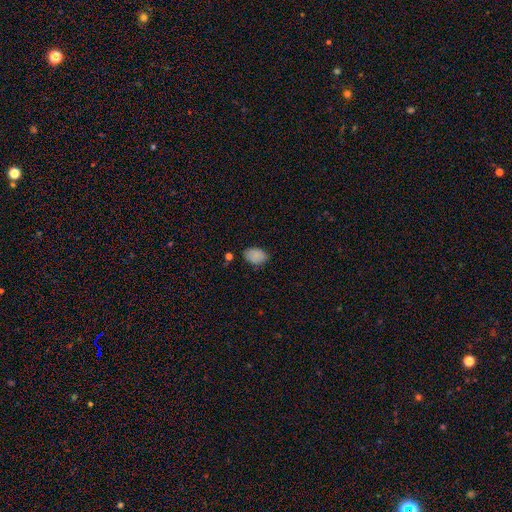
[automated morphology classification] The model was most divided on "merging": none: 77%, minor disturbance: 17%, major disturbance: 3%, merger: 3%. More confident: smooth or featured — smooth (86%); how rounded — in between (86%).